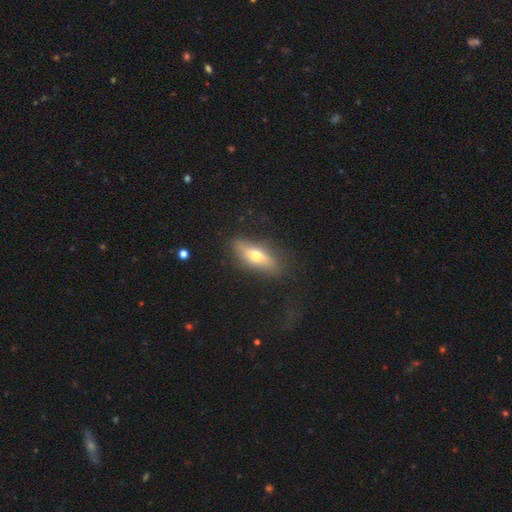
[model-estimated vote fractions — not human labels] Smooth or featured? Predicted: smooth (p=0.53). How rounded? Predicted: in between (p=0.55). Merging? Predicted: none (p=0.77).